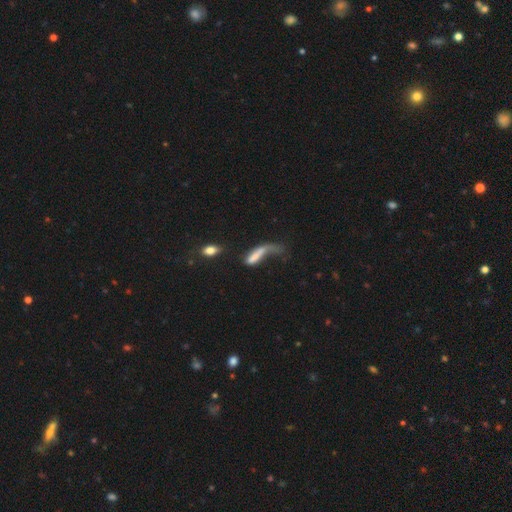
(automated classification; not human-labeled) smooth_or_featured: smooth (p=0.59) [alt: featured or disk p=0.32]
how_rounded: cigar-shaped (p=0.53) [alt: in between p=0.43]
merging: major disturbance (p=0.54) [alt: none p=0.19]